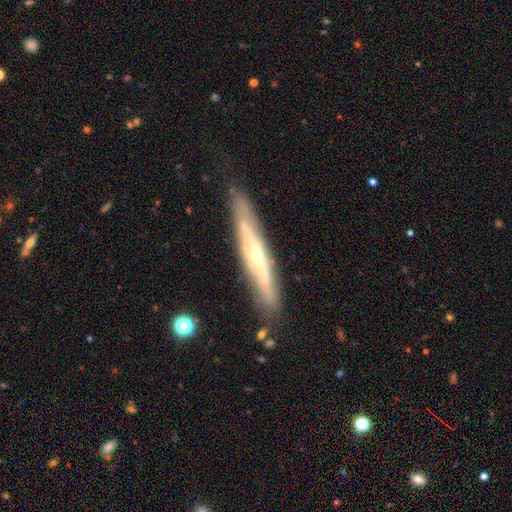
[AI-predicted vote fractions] Overall: featured or disk (73%). Edge-on disk: yes (82%). Edge-on bulge: rounded (76%). Merging: none (83%).